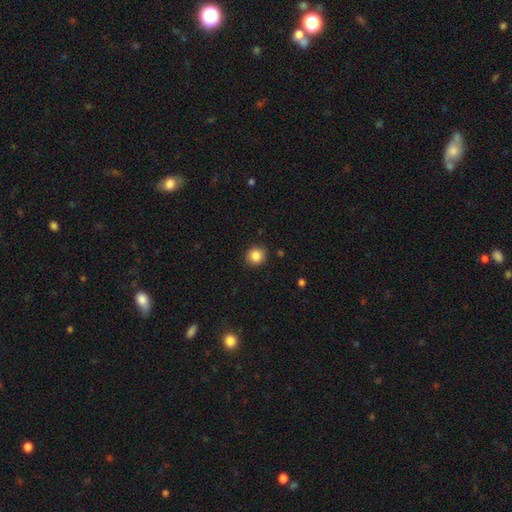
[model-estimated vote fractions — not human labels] A smooth galaxy with no disk features (86%) that is round (87%).

Vote fractions:
- Smooth or featured? smooth: 86% / star or artifact: 10% / featured or disk: 4%
- How rounded? round: 87% / in between: 12% / cigar-shaped: 1%
- Merging? none: 90% / minor disturbance: 7% / major disturbance: 2% / merger: 1%